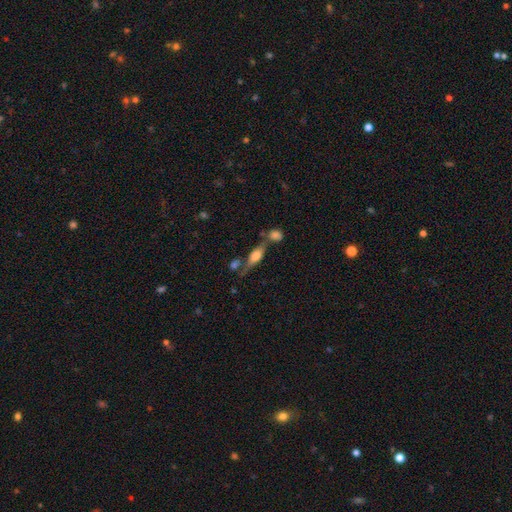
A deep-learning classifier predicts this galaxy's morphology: A smooth galaxy with no disk features (46%).

Vote fractions:
- Smooth or featured? smooth: 46% / featured or disk: 45% / star or artifact: 9%
- Merging? none: 55% / merger: 23% / minor disturbance: 15% / major disturbance: 7%